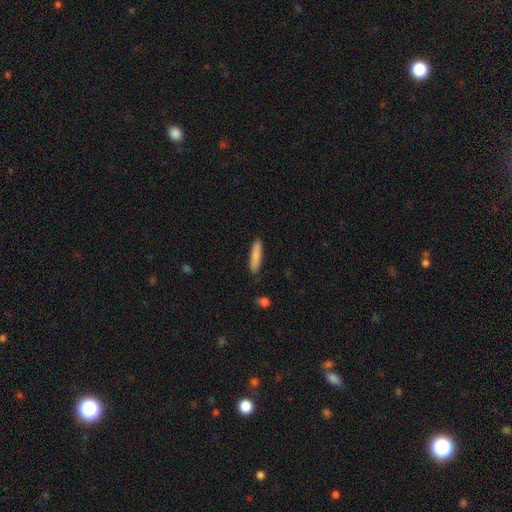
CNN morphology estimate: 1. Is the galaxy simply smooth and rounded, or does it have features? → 86% smooth, 9% featured or disk, 6% star or artifact.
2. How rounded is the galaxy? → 81% cigar-shaped, 18% in between, 1% round.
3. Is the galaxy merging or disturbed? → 89% none, 8% minor disturbance, 2% major disturbance, 1% merger.